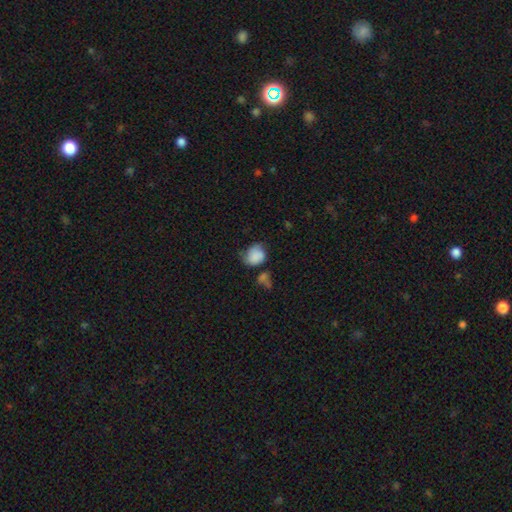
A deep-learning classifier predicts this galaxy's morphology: Smooth or featured? smooth (80%)
How rounded? round (58%)
Merging? none (41%)